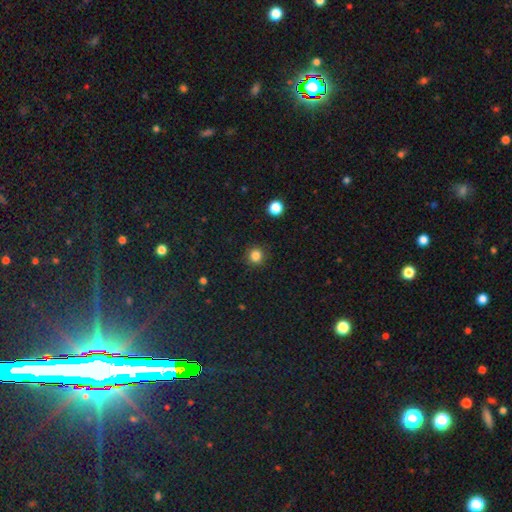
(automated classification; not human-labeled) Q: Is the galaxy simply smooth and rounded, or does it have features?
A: smooth — 84%.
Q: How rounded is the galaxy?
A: round — 94%.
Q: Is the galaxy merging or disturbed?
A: none — 91%.